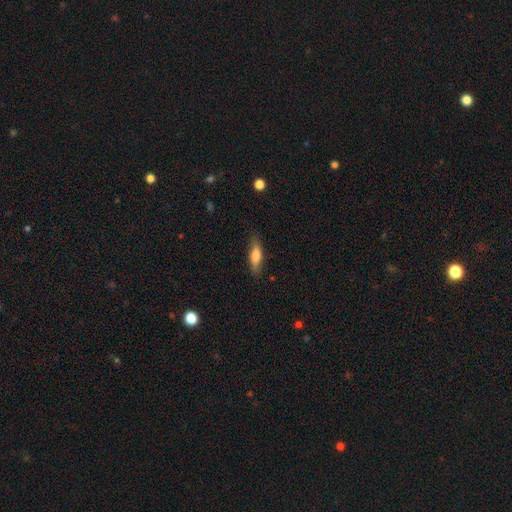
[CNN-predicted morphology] Smooth or featured? Predicted: smooth (p=0.69). How rounded? Predicted: cigar-shaped (p=0.51). Merging? Predicted: none (p=0.81).